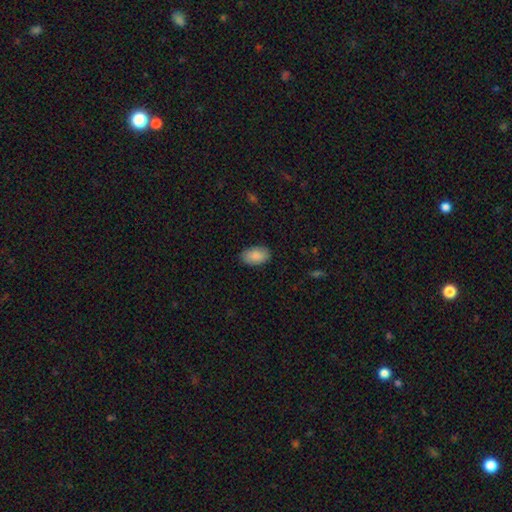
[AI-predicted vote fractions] A smooth galaxy with no disk features (88%) that is in between round and cigar-shaped (93%). Merging: none (87%).